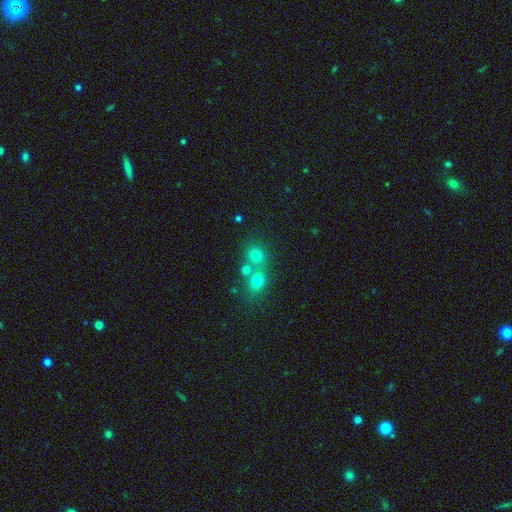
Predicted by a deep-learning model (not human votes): This appears to be a smooth galaxy with no disk features (72%) that is round (74%). Merging: none (46%).